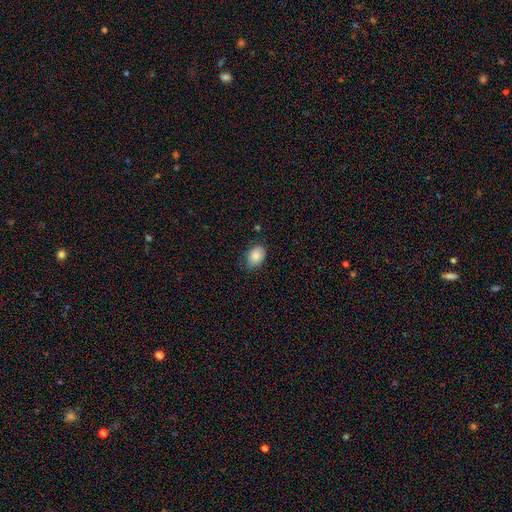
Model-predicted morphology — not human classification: smooth_or_featured: smooth (p=0.86) [alt: star or artifact p=0.08]
how_rounded: in between (p=0.79) [alt: round p=0.20]
merging: none (p=0.76) [alt: minor disturbance p=0.20]